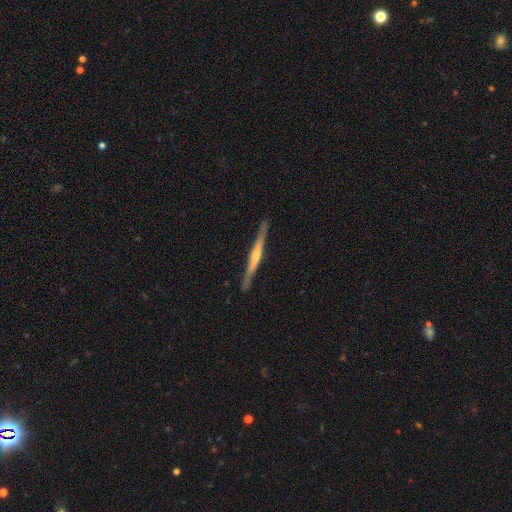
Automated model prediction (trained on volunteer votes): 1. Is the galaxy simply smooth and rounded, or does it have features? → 76% featured or disk, 19% smooth, 5% star or artifact.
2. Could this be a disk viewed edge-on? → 98% yes, 2% no.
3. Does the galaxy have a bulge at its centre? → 62% rounded, 24% none, 14% boxy.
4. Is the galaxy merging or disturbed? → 90% none, 8% minor disturbance, 1% major disturbance, 1% merger.